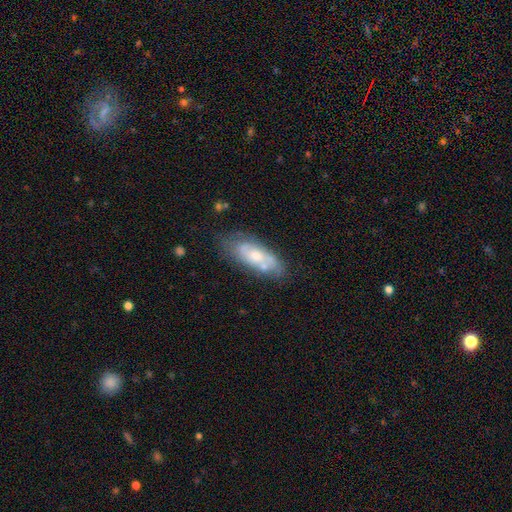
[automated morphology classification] This is possibly a featured or disk galaxy (50%). Merging: possibly none (58%).